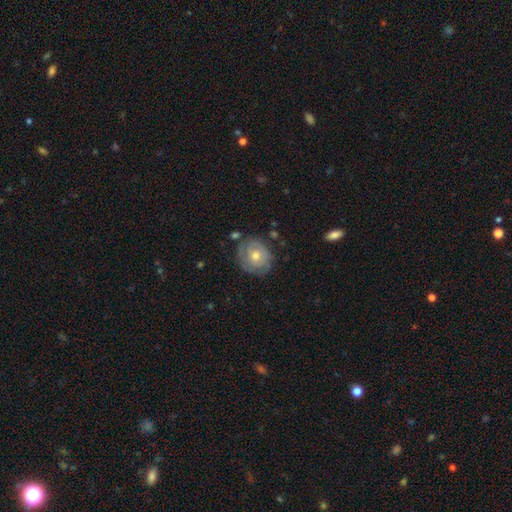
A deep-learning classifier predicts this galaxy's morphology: smooth-or-featured: featured or disk: 52% | smooth: 42% | star or artifact: 7%
  disk-edge-on: no: 97% | yes: 3%
    bar: no: 83% | weak: 14% | strong: 2%
    has-spiral-arms: yes: 65% | no: 35%
    bulge-size: moderate: 61% | small: 33% | large: 3% | none: 1% | dominant: 1%
  merging: none: 71% | minor disturbance: 20% | major disturbance: 7% | merger: 3%